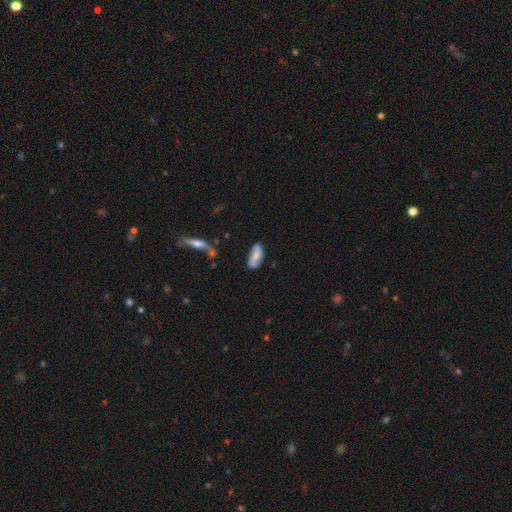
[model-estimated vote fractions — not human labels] smooth_or_featured: smooth (p=0.59) [alt: featured or disk p=0.34]
how_rounded: in between (p=0.84) [alt: cigar-shaped p=0.13]
merging: none (p=0.71) [alt: minor disturbance p=0.20]